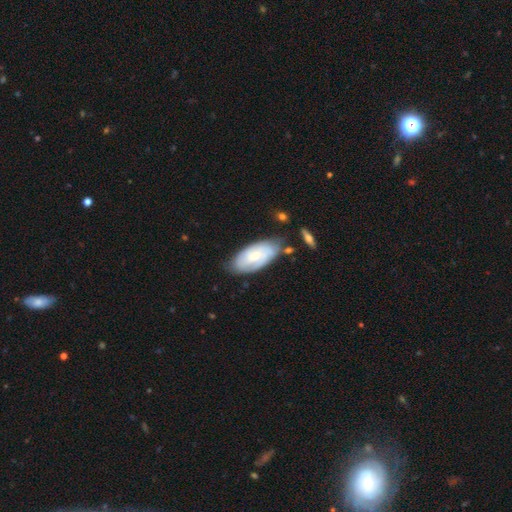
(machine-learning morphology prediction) The model was most divided on "smooth or featured": featured or disk: 54%, smooth: 40%, star or artifact: 6%. More confident: edge-on disk — no (92%); merging — none (66%).